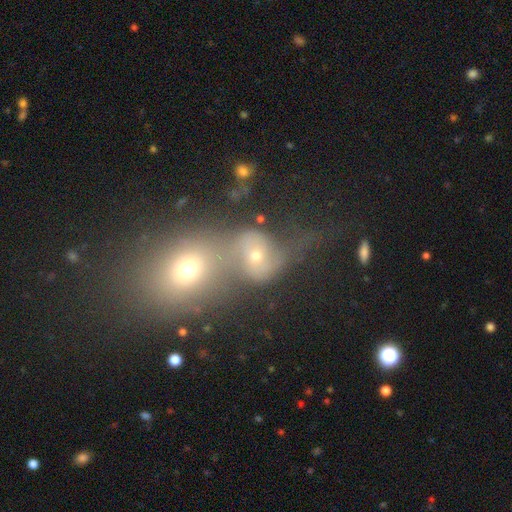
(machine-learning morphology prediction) A smooth galaxy with no disk features (46%). Merging: merger (65%).